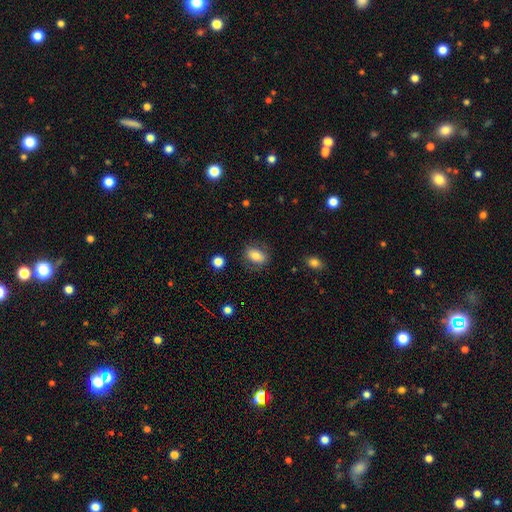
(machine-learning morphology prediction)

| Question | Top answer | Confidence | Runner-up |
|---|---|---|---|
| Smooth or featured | smooth | 77% | featured or disk (14%) |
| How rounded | in between | 76% | round (22%) |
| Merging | none | 77% | minor disturbance (15%) |